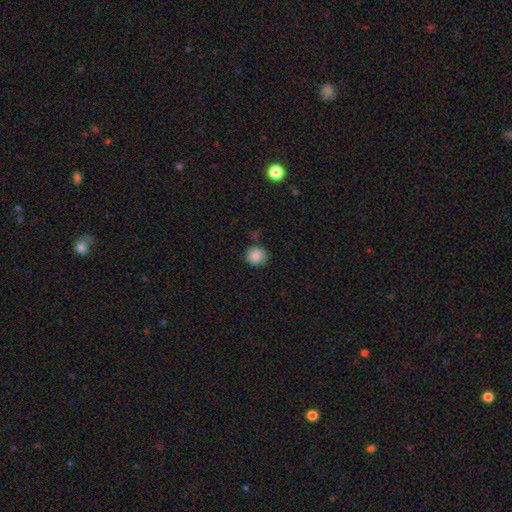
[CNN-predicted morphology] A smooth galaxy with no disk features (85%) that is round (87%).

Vote fractions:
- Smooth or featured? smooth: 85% / star or artifact: 9% / featured or disk: 5%
- How rounded? round: 87% / in between: 12% / cigar-shaped: 1%
- Merging? none: 80% / minor disturbance: 14% / major disturbance: 3% / merger: 2%